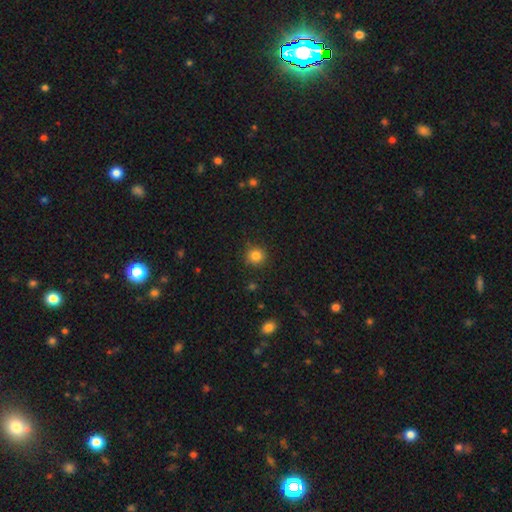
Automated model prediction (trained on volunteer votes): Smooth or featured? smooth (84%)
How rounded? round (92%)
Merging? none (89%)